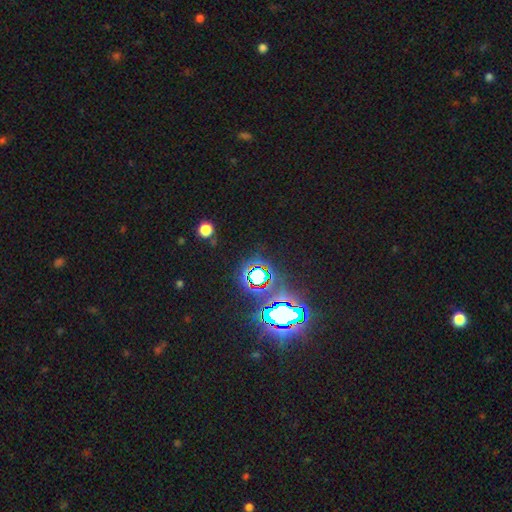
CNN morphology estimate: type=star or artifact (80%).